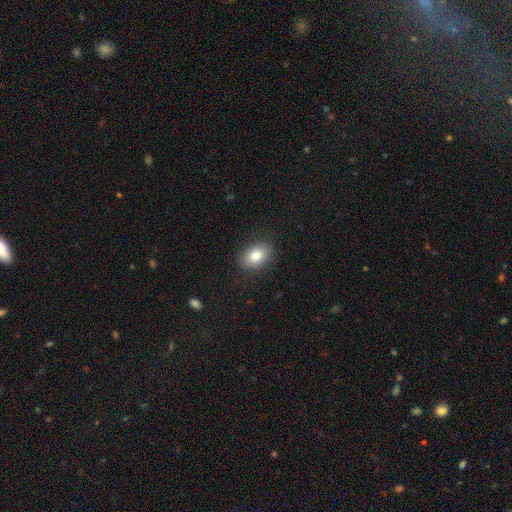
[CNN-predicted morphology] A smooth galaxy with no disk features (83%) that is in between round and cigar-shaped (77%).

Vote fractions:
- Smooth or featured? smooth: 83% / star or artifact: 8% / featured or disk: 8%
- How rounded? in between: 77% / round: 22% / cigar-shaped: 1%
- Merging? none: 86% / minor disturbance: 10% / major disturbance: 3% / merger: 1%